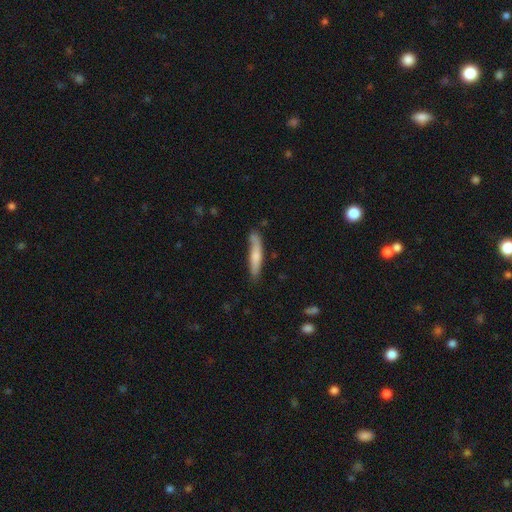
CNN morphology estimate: The model was most divided on "smooth or featured": smooth: 67%, featured or disk: 28%, star or artifact: 6%. More confident: how rounded — cigar-shaped (89%); merging — none (68%).